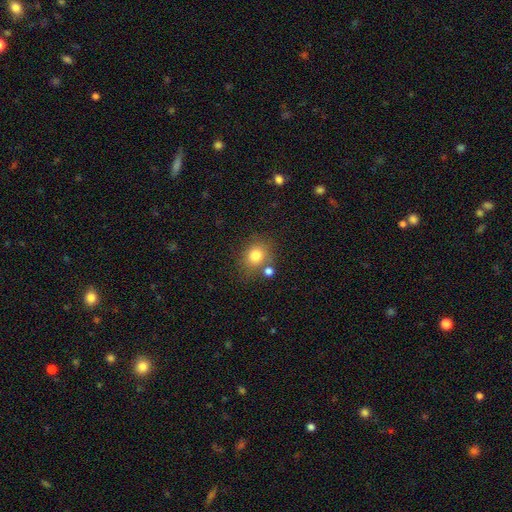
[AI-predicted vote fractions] This appears to be a smooth galaxy with no disk features (79%) that is round (69%). Merging: none (68%).